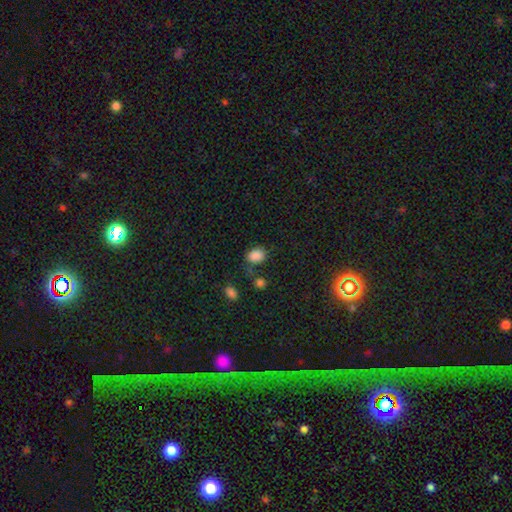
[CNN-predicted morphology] A smooth galaxy with no disk features (85%) that is in between round and cigar-shaped (67%). Merging: none (68%).